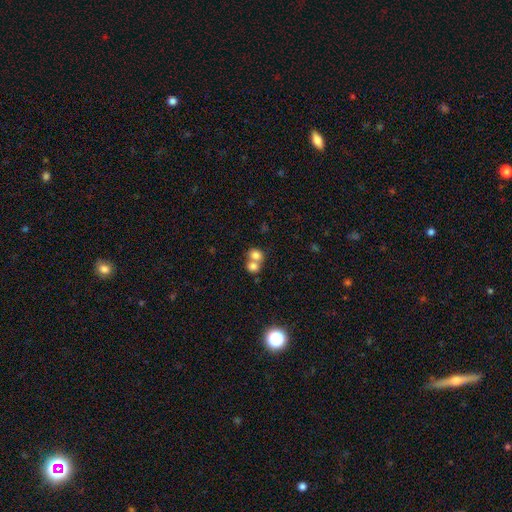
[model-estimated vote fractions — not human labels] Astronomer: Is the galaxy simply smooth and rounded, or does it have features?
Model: smooth — 78%.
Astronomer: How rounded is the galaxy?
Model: round — 65%.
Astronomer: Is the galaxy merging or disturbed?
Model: merger — 63%.